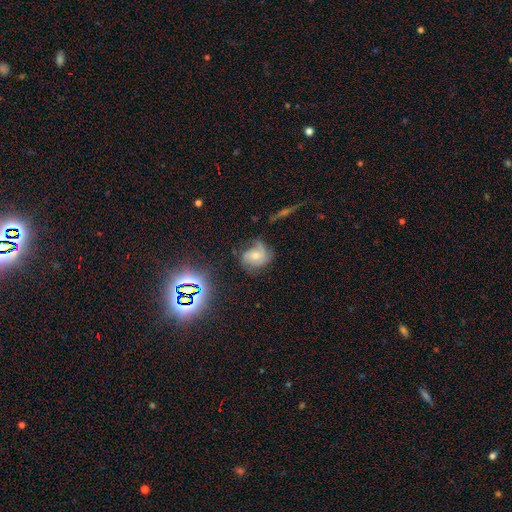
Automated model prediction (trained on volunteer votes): Smooth or featured? featured or disk (53%)
Edge-on disk? no (96%)
Bar? no (73%)
Spiral arms? yes (83%)
Bulge size? moderate (56%)
Merging? none (50%)